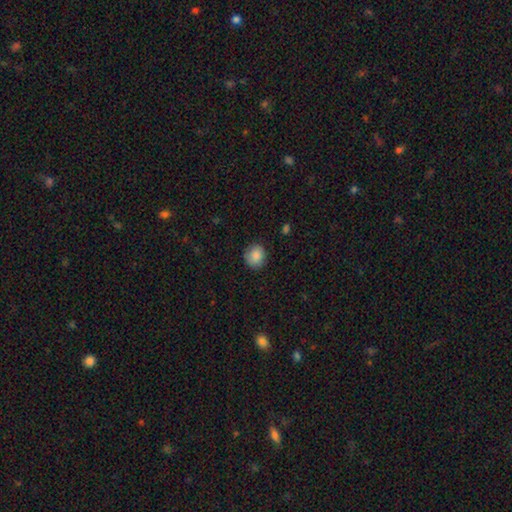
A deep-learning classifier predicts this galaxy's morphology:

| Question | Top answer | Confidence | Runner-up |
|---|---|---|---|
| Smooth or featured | smooth | 87% | star or artifact (8%) |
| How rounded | round | 80% | in between (19%) |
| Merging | none | 85% | minor disturbance (11%) |